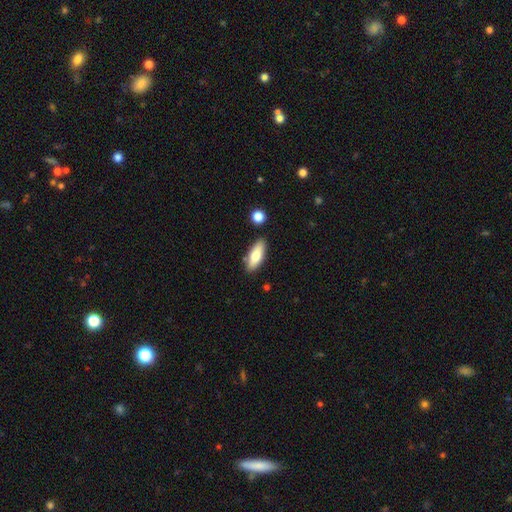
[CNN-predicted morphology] Smooth or featured: smooth — 74% (featured or disk — 20%)
How rounded: in between — 69% (cigar-shaped — 28%)
Merging: none — 83% (minor disturbance — 11%)